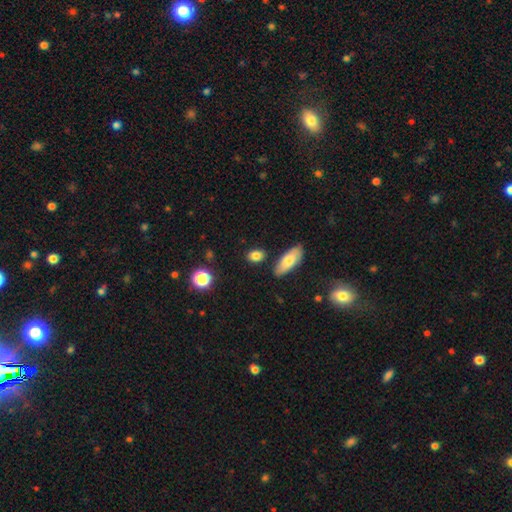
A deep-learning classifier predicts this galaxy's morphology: smooth 83%, star or artifact 10%, featured or disk 8%. Down the decision tree: how rounded — in between (66%); merging — none (82%).